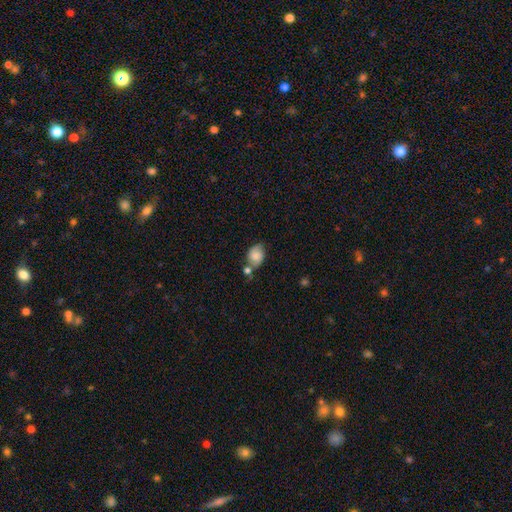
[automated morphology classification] The model was most divided on "merging": none: 43%, merger: 24%, minor disturbance: 24%, major disturbance: 8%. More confident: smooth or featured — smooth (75%); how rounded — in between (64%).